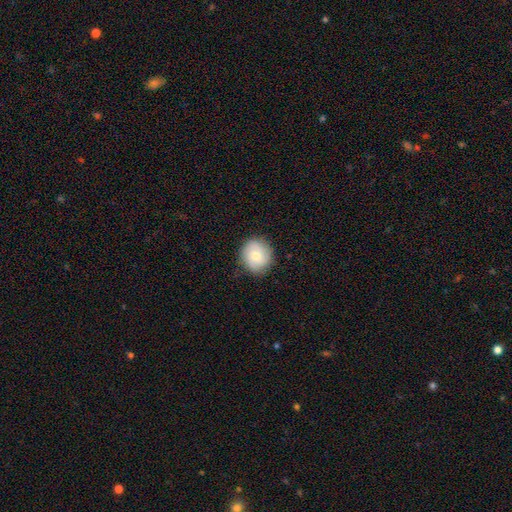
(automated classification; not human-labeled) Smooth or featured? Predicted: smooth (p=0.69). How rounded? Predicted: round (p=0.82). Merging? Predicted: none (p=0.83).